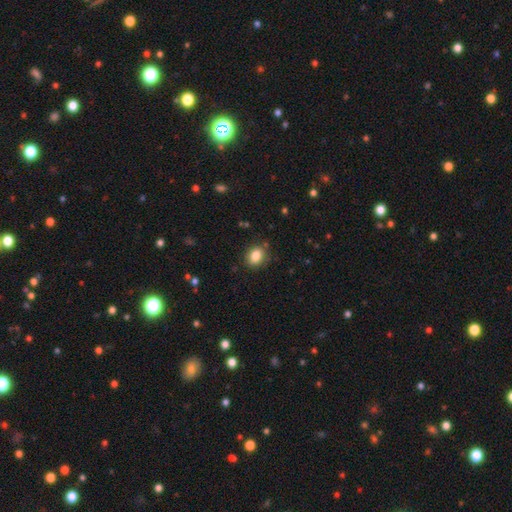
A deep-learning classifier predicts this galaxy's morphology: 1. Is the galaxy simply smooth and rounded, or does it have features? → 85% smooth, 9% star or artifact, 6% featured or disk.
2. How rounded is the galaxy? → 52% in between, 47% round, 1% cigar-shaped.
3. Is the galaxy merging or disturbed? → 85% none, 10% minor disturbance, 3% major disturbance, 2% merger.